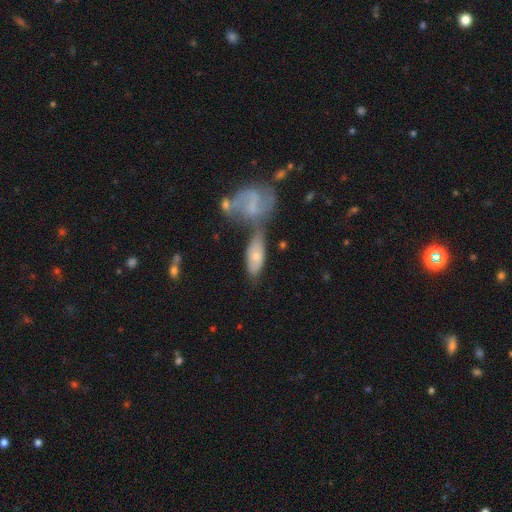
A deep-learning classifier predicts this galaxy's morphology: Smooth or featured?
  - smooth: 54% *
  - featured or disk: 39%
  - star or artifact: 7%
How rounded?
  - in between: 80% *
  - cigar-shaped: 16%
  - round: 4%
Merging?
  - merger: 44% *
  - none: 31%
  - minor disturbance: 16%
  - major disturbance: 10%